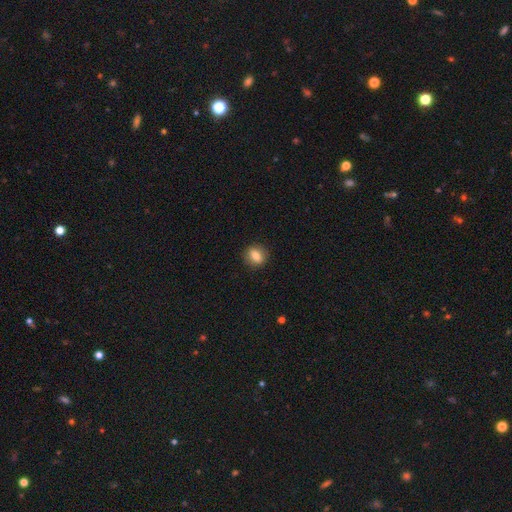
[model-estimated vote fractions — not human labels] Smooth or featured? Predicted: smooth (p=0.78). How rounded? Predicted: round (p=0.61). Merging? Predicted: none (p=0.89).